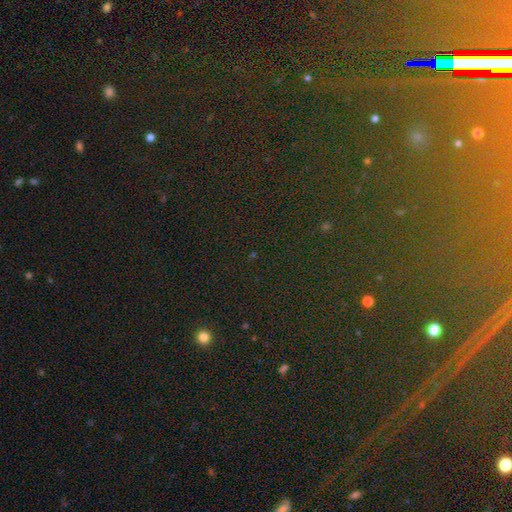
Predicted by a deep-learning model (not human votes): Morphology: type=star or artifact (81%).